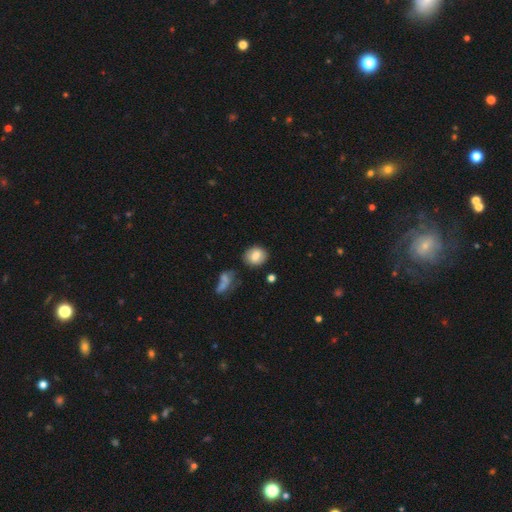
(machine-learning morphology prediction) smooth 77%, featured or disk 14%, star or artifact 9%. Down the decision tree: how rounded — round (57%); merging — none (76%).